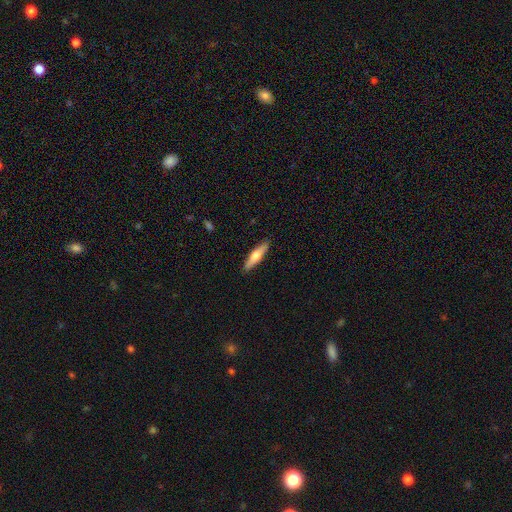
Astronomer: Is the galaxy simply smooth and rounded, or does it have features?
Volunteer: featured or disk — 56% (runner-up: smooth, 41%).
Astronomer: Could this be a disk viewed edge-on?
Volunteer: yes — 95%.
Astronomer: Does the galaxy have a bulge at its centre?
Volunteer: rounded — 86%.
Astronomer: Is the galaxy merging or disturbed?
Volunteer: none — 84%.